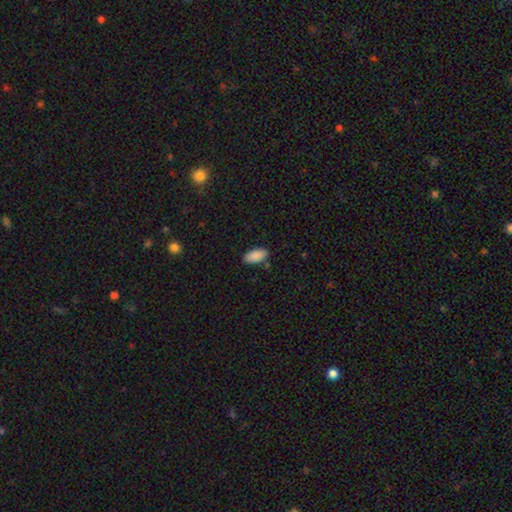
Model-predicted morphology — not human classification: A smooth galaxy with no disk features (90%) that is in between round and cigar-shaped (93%).

Vote fractions:
- Smooth or featured? smooth: 90% / star or artifact: 7% / featured or disk: 4%
- How rounded? in between: 93% / cigar-shaped: 5% / round: 2%
- Merging? none: 85% / minor disturbance: 10% / major disturbance: 2% / merger: 2%